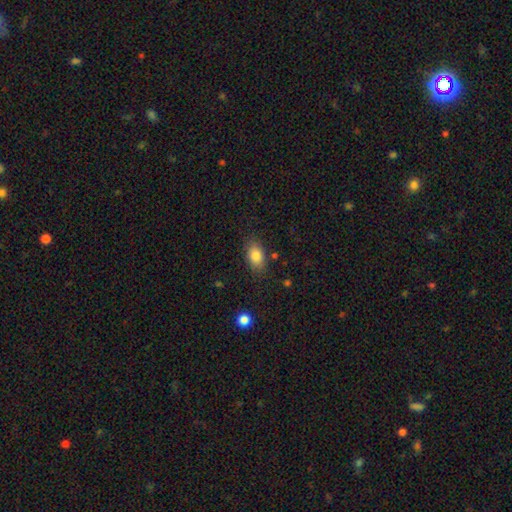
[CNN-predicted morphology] Q: Smooth or featured?
A: smooth (84%); runner-up: star or artifact (8%)
Q: How rounded?
A: in between (88%); runner-up: round (10%)
Q: Merging?
A: none (81%); runner-up: minor disturbance (13%)